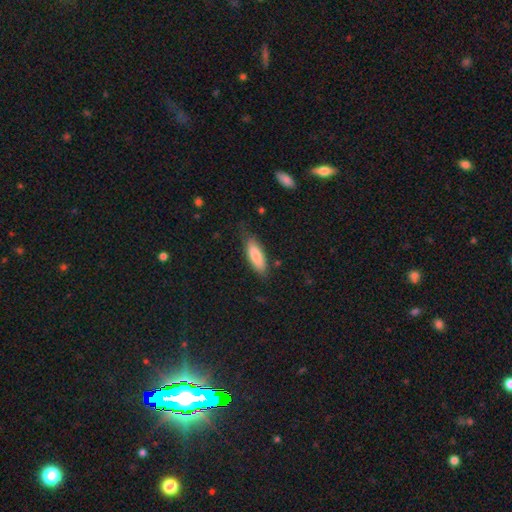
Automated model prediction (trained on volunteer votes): This appears to be a smooth galaxy with no disk features (82%) that is in between round and cigar-shaped (63%). Merging: none (75%).